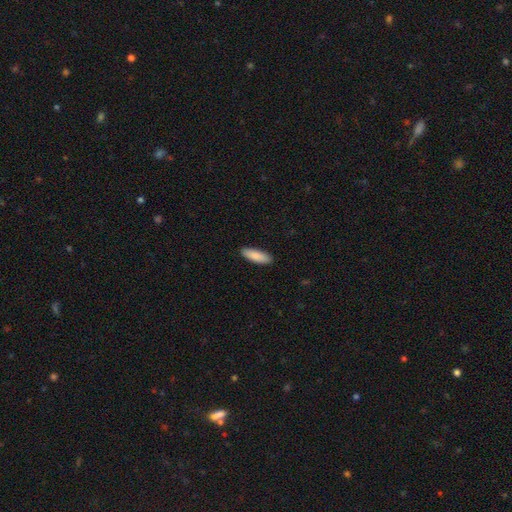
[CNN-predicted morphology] type=smooth (89%); roundness=in between (56%); merging=none (90%).